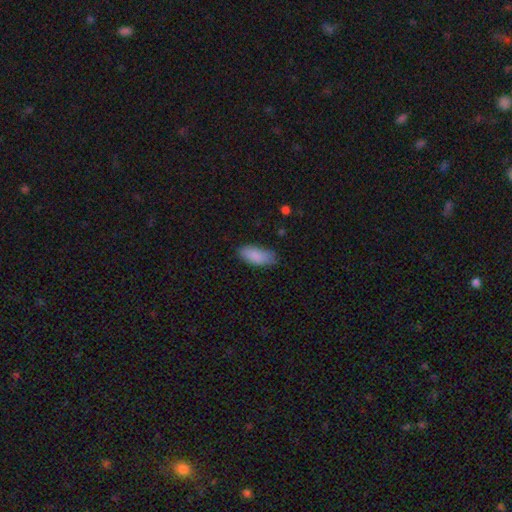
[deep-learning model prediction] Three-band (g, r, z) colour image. It shows a smooth galaxy with no disk features (88%) that is in between round and cigar-shaped (88%). Merging: none (72%).